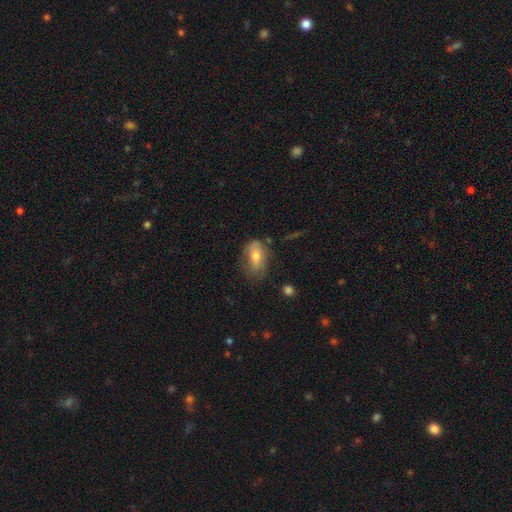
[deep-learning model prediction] Morphology: type=smooth (68%); roundness=in between (85%); merging=none (57%).